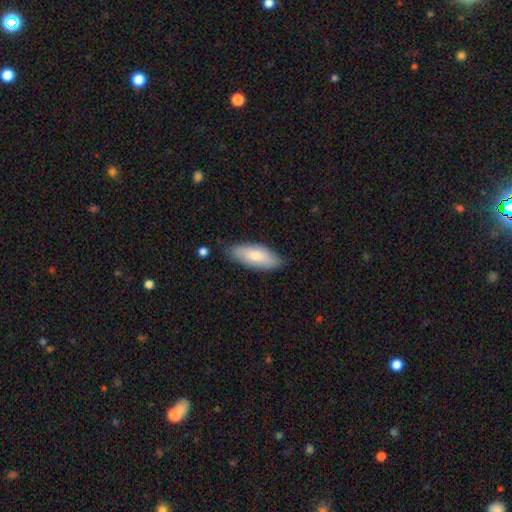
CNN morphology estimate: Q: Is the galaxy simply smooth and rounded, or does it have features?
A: smooth — 75%.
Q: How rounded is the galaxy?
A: in between — 82%.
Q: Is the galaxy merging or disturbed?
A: none — 78%.